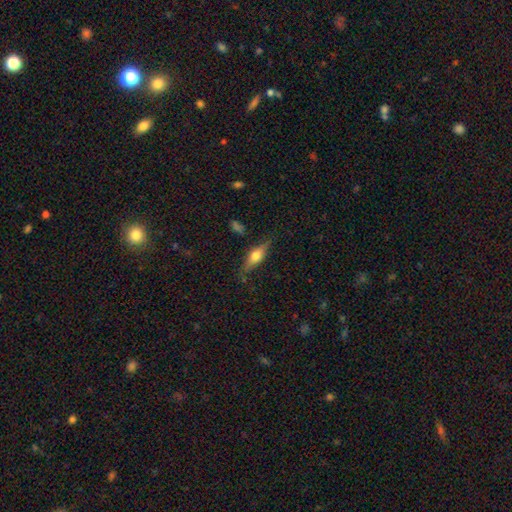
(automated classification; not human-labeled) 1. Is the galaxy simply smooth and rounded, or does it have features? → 54% featured or disk, 38% smooth, 8% star or artifact.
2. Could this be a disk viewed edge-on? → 91% yes, 9% no.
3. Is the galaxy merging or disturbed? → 76% none, 17% minor disturbance, 5% major disturbance, 2% merger.